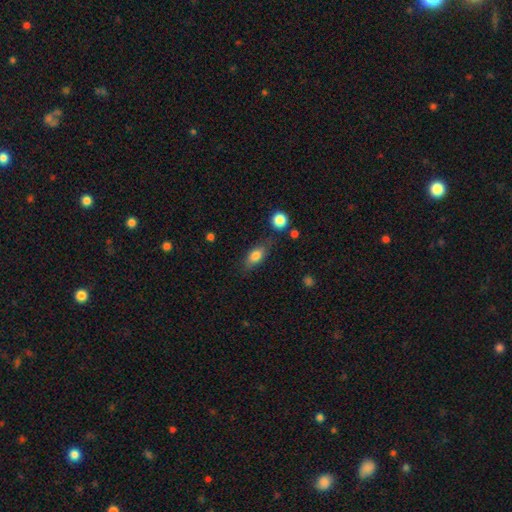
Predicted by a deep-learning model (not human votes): A smooth galaxy with no disk features (76%) that is in between round and cigar-shaped (80%). Merging: none (73%).